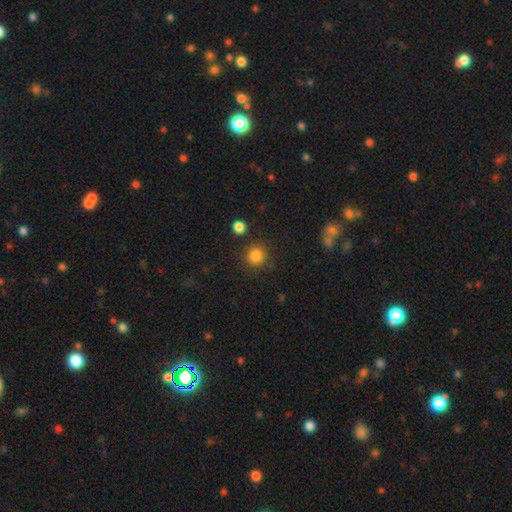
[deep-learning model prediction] smooth 84%, star or artifact 11%, featured or disk 4%. Down the decision tree: how rounded — round (92%); merging — none (85%).